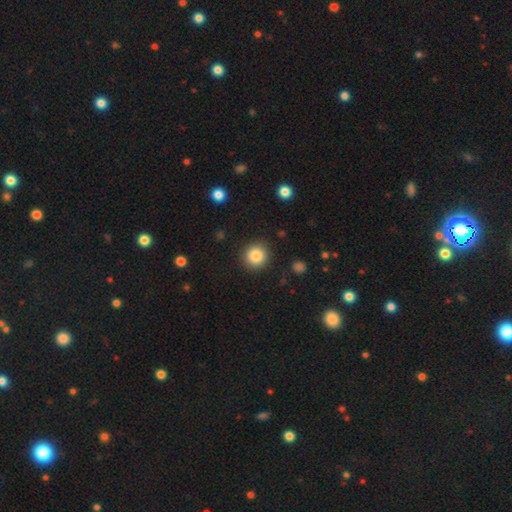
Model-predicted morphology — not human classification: smooth_or_featured: smooth (p=0.85) [alt: star or artifact p=0.10]
how_rounded: round (p=0.92) [alt: in between p=0.07]
merging: none (p=0.90) [alt: minor disturbance p=0.06]